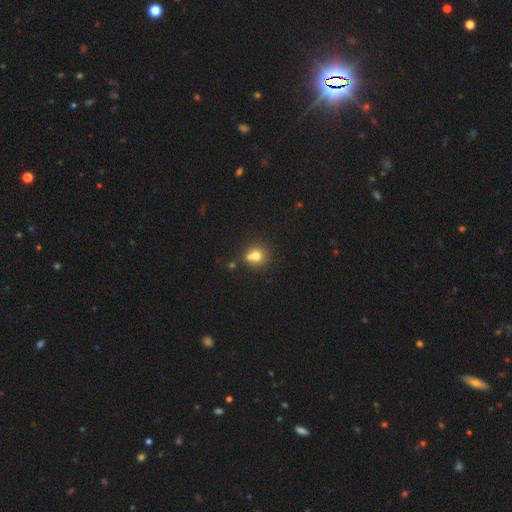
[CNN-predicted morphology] This is likely a smooth galaxy (72%). How rounded: clearly round (86%). Merging: possibly none (48%).